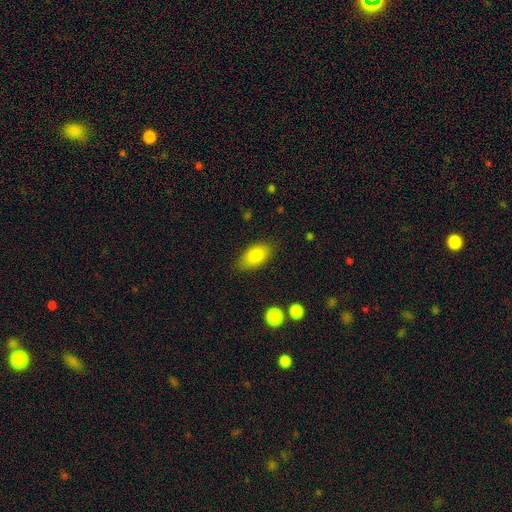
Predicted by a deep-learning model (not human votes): smooth-or-featured: smooth: 83% | featured or disk: 10% | star or artifact: 8%
  how-rounded: in between: 91% | round: 6% | cigar-shaped: 4%
  merging: none: 80% | minor disturbance: 15% | major disturbance: 4% | merger: 2%